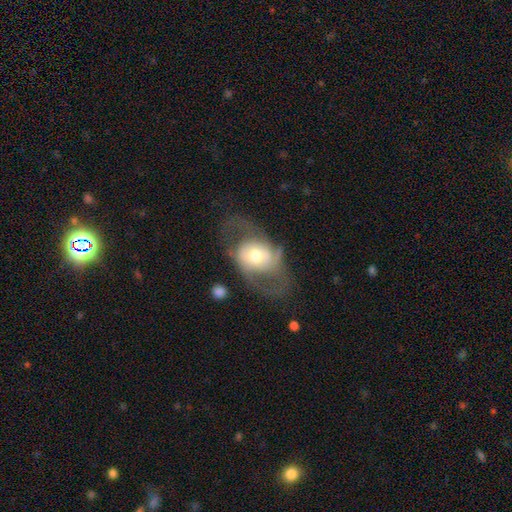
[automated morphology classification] This is likely a featured or disk galaxy (68%). It is clearly not viewed edge-on (95%). Bar: likely no (63%). Spiral arm pattern: likely yes (73%). Central bulge: likely moderate (64%). Merging: possibly none (49%).